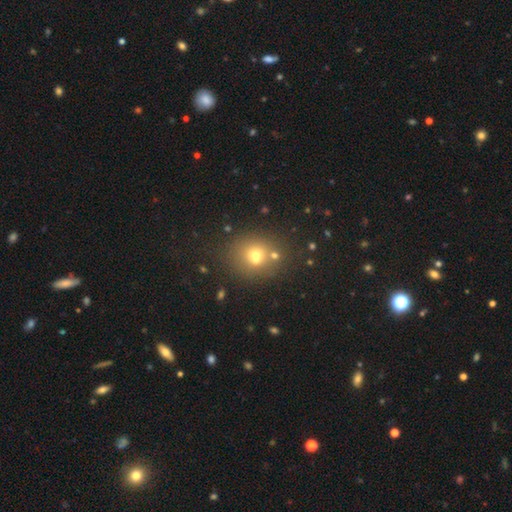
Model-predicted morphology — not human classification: A smooth galaxy with no disk features (65%) that is round (75%).

Vote fractions:
- Smooth or featured? smooth: 65% / star or artifact: 19% / featured or disk: 16%
- How rounded? round: 75% / in between: 24% / cigar-shaped: 1%
- Merging? none: 61% / merger: 24% / minor disturbance: 11% / major disturbance: 5%